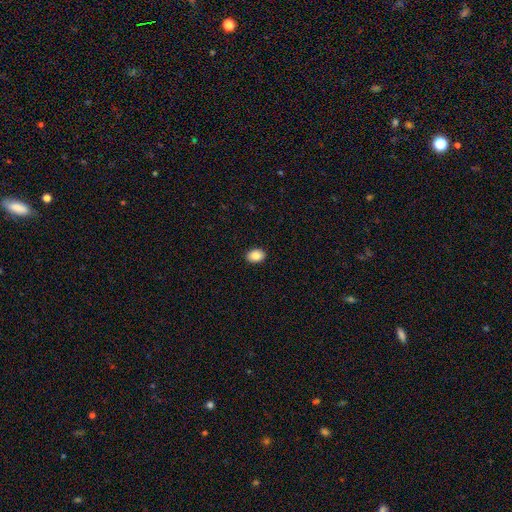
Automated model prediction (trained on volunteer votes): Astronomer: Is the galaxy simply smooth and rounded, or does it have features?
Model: smooth — 87%.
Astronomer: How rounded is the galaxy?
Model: in between — 75%.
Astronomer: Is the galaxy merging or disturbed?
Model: none — 91%.